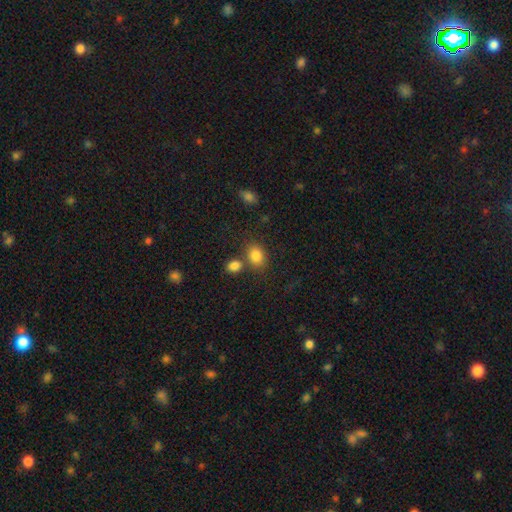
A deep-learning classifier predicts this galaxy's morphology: smooth 83%, star or artifact 10%, featured or disk 7%. Down the decision tree: how rounded — in between (57%); merging — none (63%).